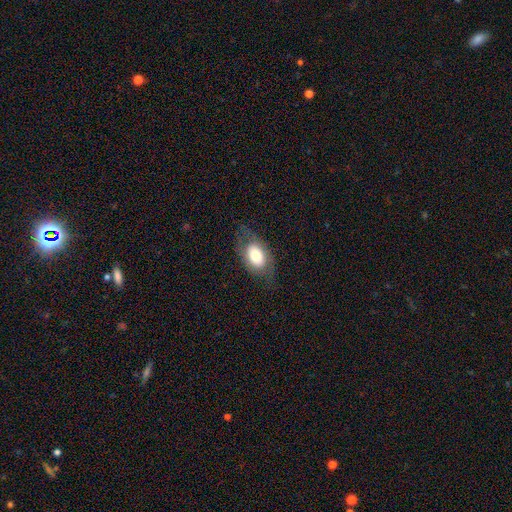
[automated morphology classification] The model was most divided on "smooth or featured": smooth: 63%, featured or disk: 29%, star or artifact: 8%. More confident: how rounded — in between (86%); merging — none (72%).